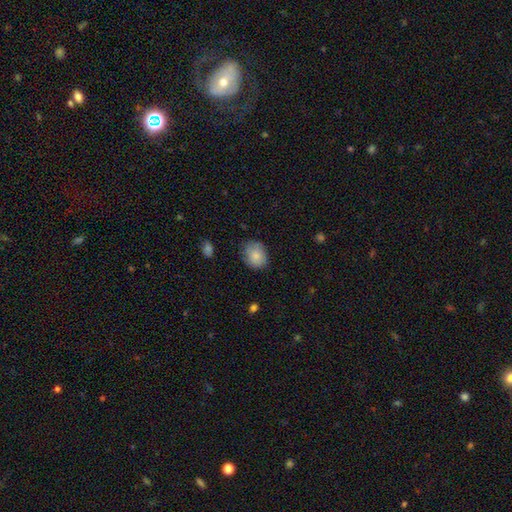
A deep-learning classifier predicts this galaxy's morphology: This appears to be a smooth galaxy with no disk features (83%) that is round (51%). Merging: none (73%).